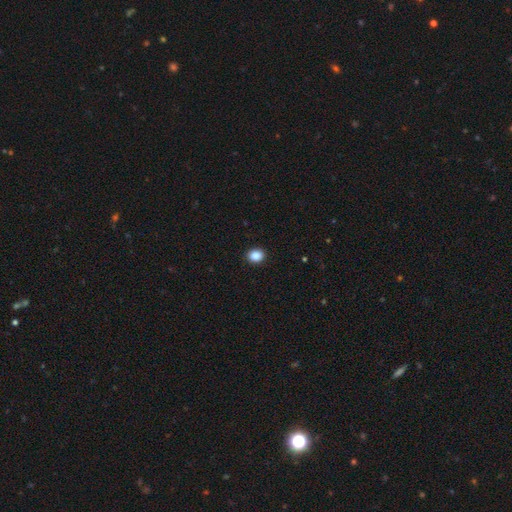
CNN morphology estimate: This appears to be a smooth galaxy with no disk features (89%) that is round (56%). Merging: none (91%).